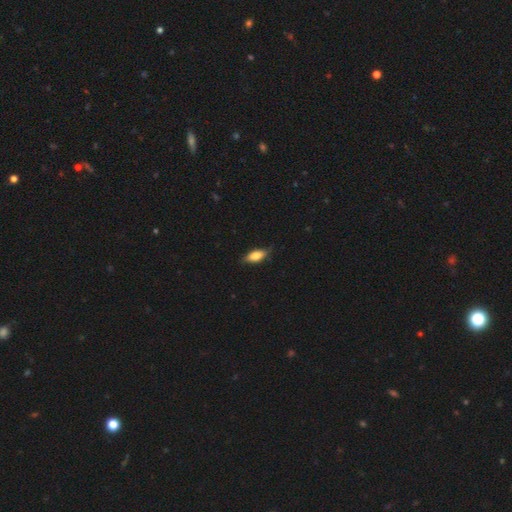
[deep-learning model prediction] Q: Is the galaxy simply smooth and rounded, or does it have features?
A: smooth — 75%.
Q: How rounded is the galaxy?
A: in between — 78%.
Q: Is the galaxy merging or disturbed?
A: none — 77%.